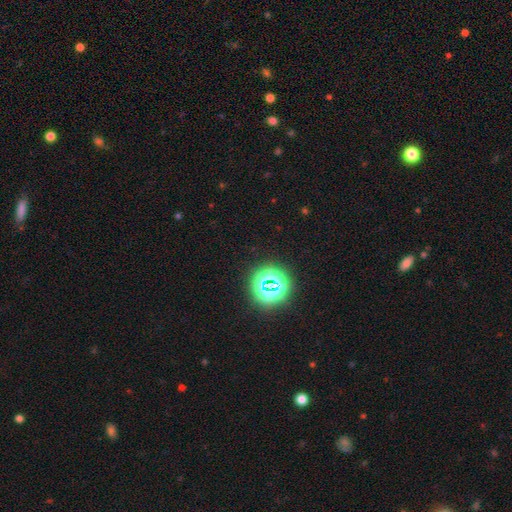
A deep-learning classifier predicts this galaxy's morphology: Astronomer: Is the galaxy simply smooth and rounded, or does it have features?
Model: star or artifact — 80%.